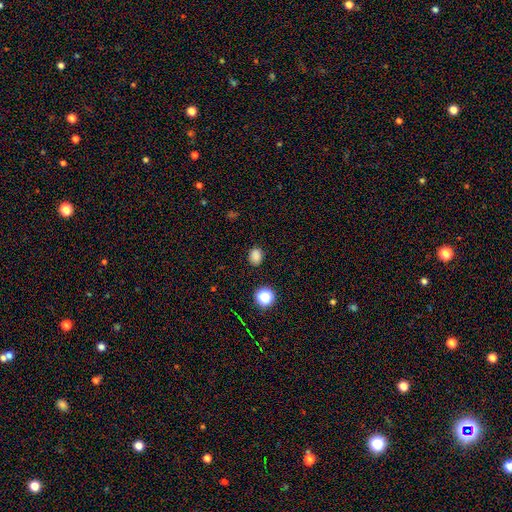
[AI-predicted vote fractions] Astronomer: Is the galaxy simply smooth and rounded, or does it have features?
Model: smooth — 82%.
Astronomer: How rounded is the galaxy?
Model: in between — 59% (runner-up: round, 40%).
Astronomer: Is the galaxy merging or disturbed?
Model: none — 86%.